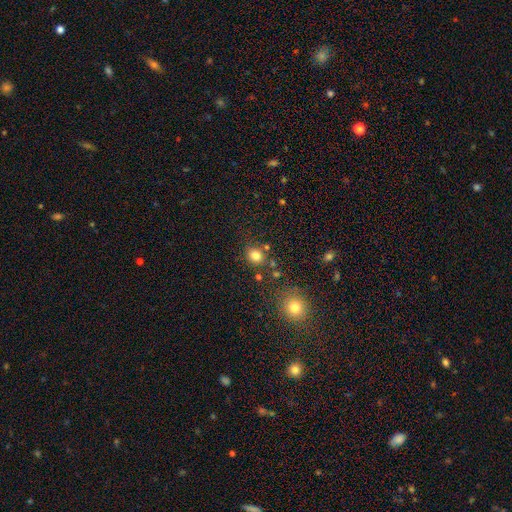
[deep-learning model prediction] A smooth galaxy with no disk features (81%) that is round (66%). Merging: none (78%).